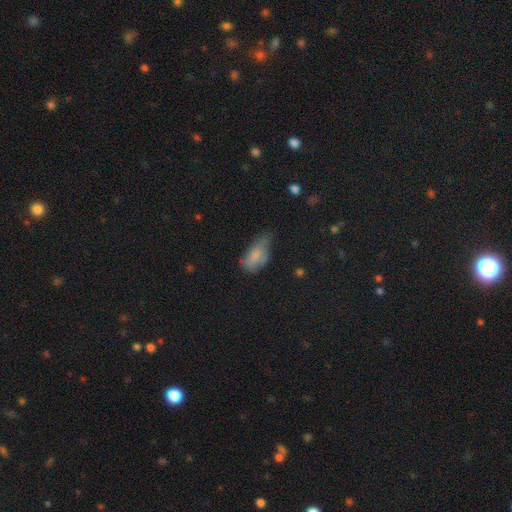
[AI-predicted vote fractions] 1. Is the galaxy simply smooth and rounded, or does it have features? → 77% smooth, 14% featured or disk, 9% star or artifact.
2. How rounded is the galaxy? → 89% in between, 8% cigar-shaped, 4% round.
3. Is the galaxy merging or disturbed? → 46% minor disturbance, 29% none, 23% major disturbance, 3% merger.